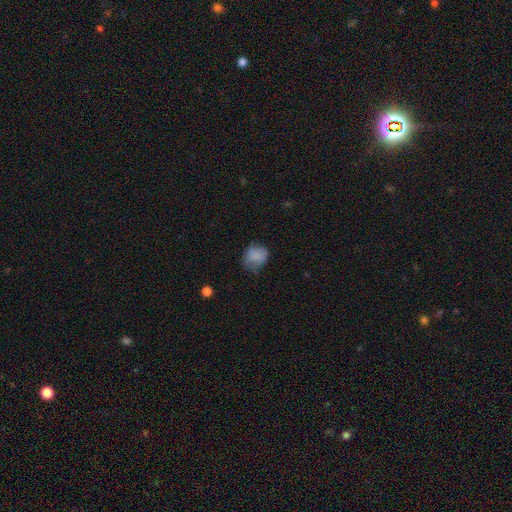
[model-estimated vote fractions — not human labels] Smooth or featured? Predicted: smooth (p=0.81). How rounded? Predicted: round (p=0.59). Merging? Predicted: none (p=0.57).